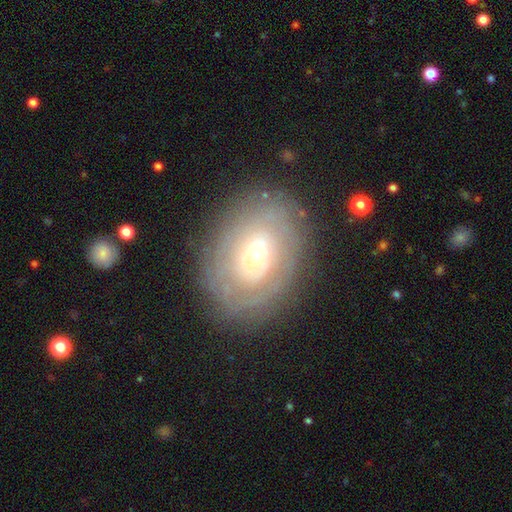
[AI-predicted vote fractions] This is possibly a featured or disk galaxy (58%). It is clearly not viewed edge-on (94%). Bar: clearly no (86%). Spiral arm pattern: possibly no (57%). Central bulge: likely small (66%). Merging: clearly none (80%).